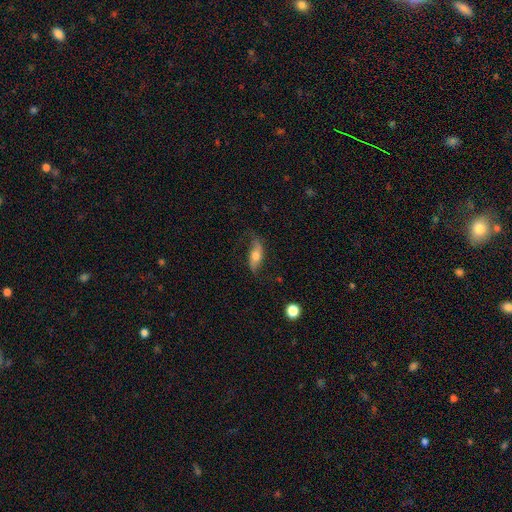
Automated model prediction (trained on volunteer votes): A featured or disk galaxy (53%). Merging: none (64%).